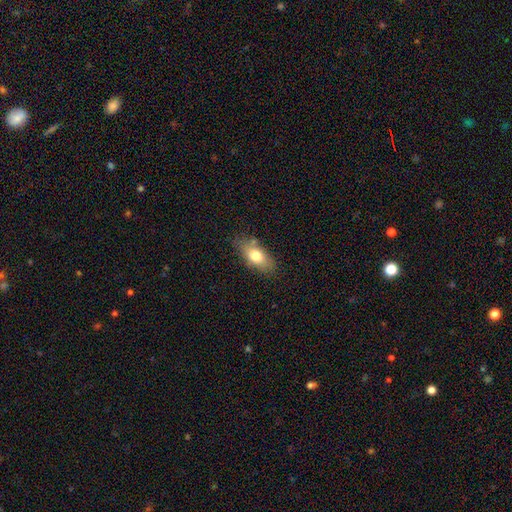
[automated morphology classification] smooth-or-featured: smooth: 74% | featured or disk: 19% | star or artifact: 7%
  how-rounded: in between: 83% | cigar-shaped: 11% | round: 5%
  merging: none: 77% | minor disturbance: 17% | major disturbance: 4% | merger: 2%